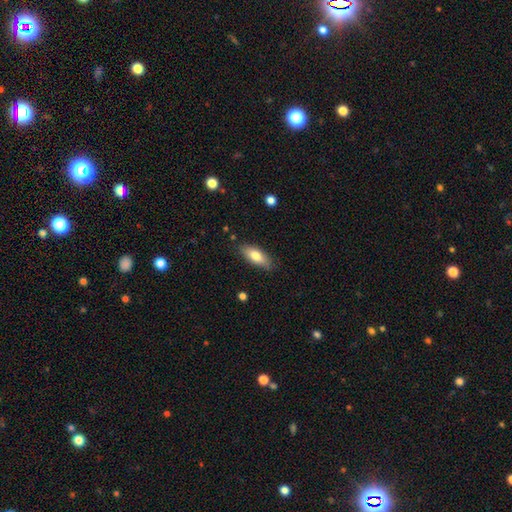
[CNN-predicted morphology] This appears to be a smooth galaxy with no disk features (75%) that is in between round and cigar-shaped (75%). Merging: none (83%).